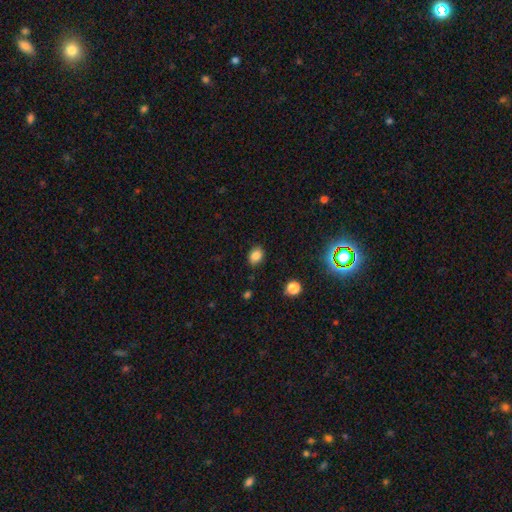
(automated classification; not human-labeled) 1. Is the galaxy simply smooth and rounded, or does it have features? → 84% smooth, 11% star or artifact, 5% featured or disk.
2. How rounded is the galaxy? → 67% in between, 32% round, 1% cigar-shaped.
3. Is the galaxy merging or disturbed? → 84% none, 11% minor disturbance, 3% major disturbance, 1% merger.